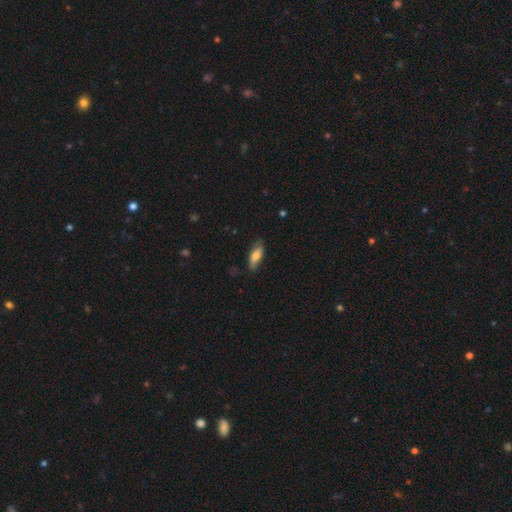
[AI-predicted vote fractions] Smooth or featured: smooth — 69% (featured or disk — 24%)
How rounded: in between — 69% (cigar-shaped — 29%)
Merging: none — 70% (minor disturbance — 24%)